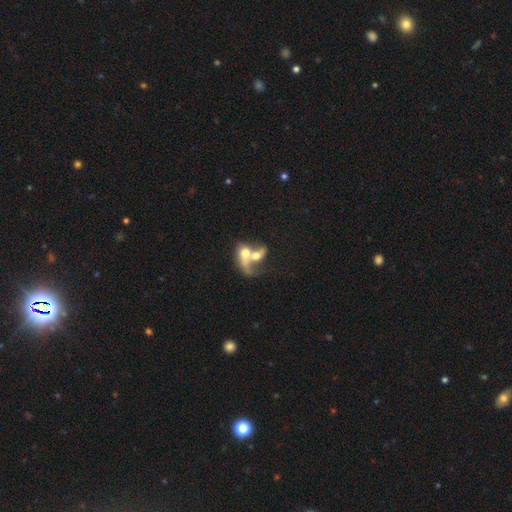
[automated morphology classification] A smooth galaxy with no disk features (46%). Merging: merger (79%).